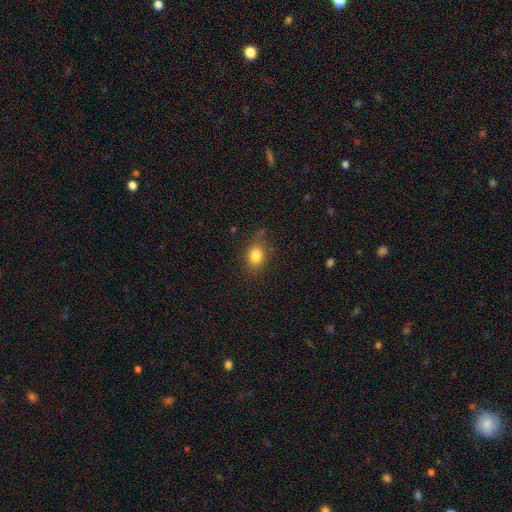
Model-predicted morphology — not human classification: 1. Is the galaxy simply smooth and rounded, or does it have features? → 82% smooth, 10% star or artifact, 8% featured or disk.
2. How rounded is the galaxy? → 60% in between, 38% round, 2% cigar-shaped.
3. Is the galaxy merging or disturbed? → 72% none, 19% minor disturbance, 6% major disturbance, 3% merger.